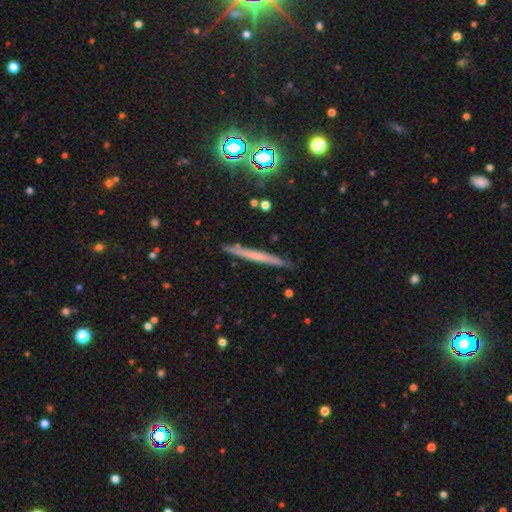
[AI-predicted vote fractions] smooth-or-featured: featured or disk: 45% | smooth: 44% | star or artifact: 11%
  merging: none: 89% | minor disturbance: 8% | major disturbance: 2% | merger: 1%